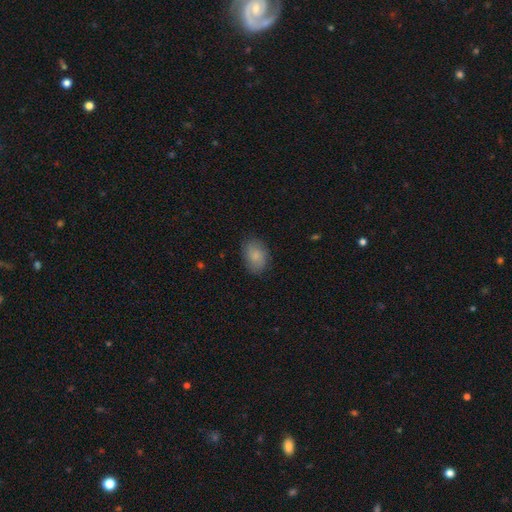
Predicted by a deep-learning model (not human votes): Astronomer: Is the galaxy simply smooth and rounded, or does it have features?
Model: smooth — 83%.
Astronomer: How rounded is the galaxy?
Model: in between — 78%.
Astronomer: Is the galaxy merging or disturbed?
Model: none — 81%.